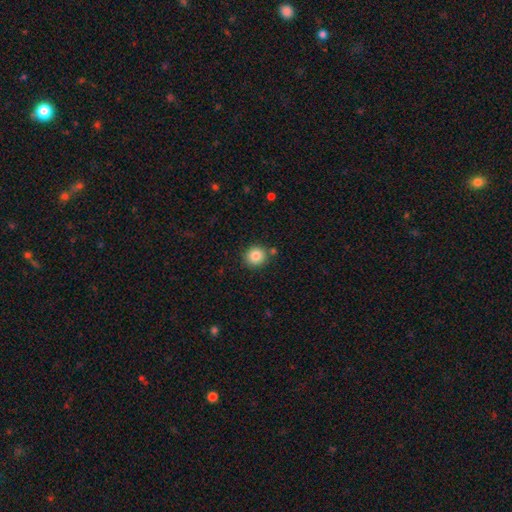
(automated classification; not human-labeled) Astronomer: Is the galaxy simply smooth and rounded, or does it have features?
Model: smooth — 84%.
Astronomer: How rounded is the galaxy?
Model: round — 89%.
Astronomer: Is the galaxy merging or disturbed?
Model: none — 83%.